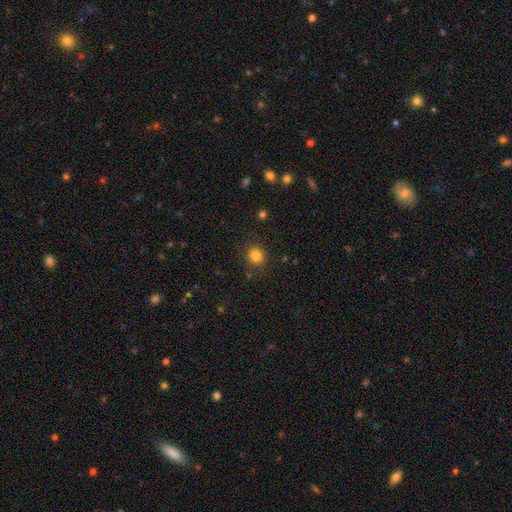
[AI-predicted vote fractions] smooth_or_featured: smooth (p=0.83) [alt: star or artifact p=0.12]
how_rounded: round (p=0.90) [alt: in between p=0.09]
merging: none (p=0.87) [alt: minor disturbance p=0.08]